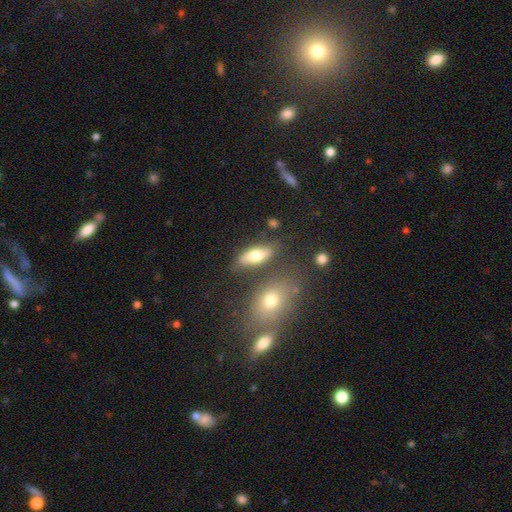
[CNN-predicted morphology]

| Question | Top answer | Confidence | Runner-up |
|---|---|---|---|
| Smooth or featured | smooth | 68% | featured or disk (24%) |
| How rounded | in between | 73% | cigar-shaped (22%) |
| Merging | none | 72% | minor disturbance (14%) |